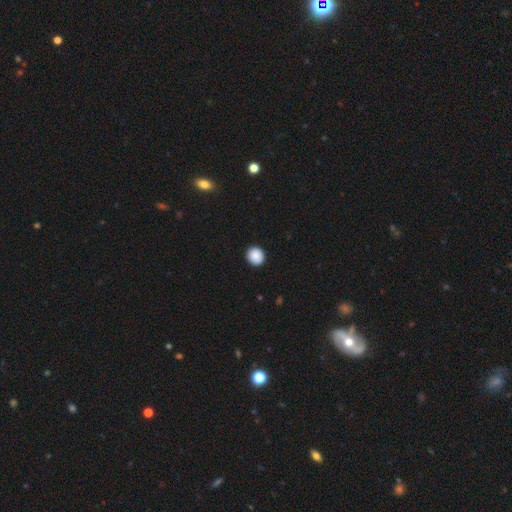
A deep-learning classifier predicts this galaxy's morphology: Smooth or featured? smooth (89%)
How rounded? round (91%)
Merging? none (92%)